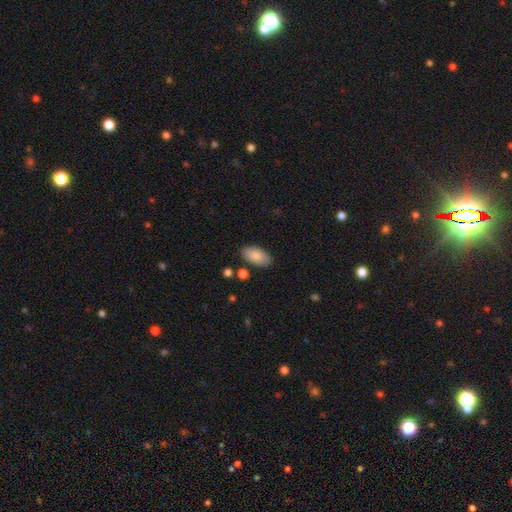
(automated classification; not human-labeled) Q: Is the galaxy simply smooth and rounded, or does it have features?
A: smooth — 85%.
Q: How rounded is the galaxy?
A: in between — 95%.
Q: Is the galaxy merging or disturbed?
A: none — 83%.